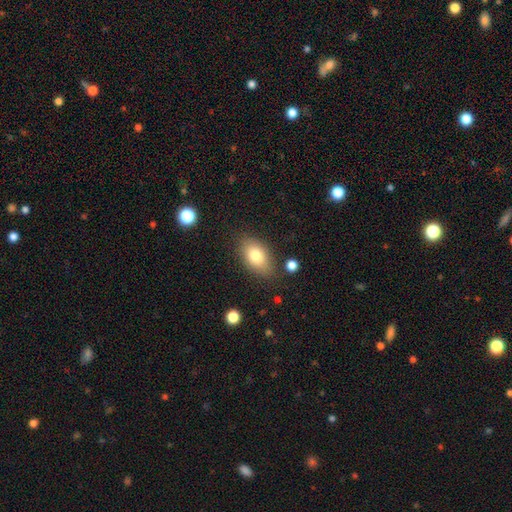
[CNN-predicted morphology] smooth 79%, featured or disk 13%, star or artifact 8%. Down the decision tree: how rounded — in between (90%); merging — none (80%).